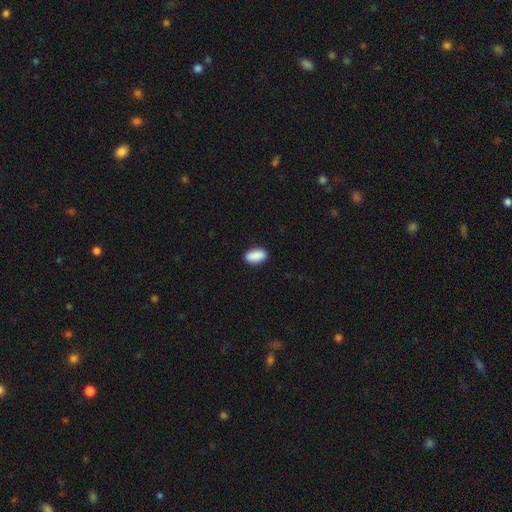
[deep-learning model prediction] This appears to be a smooth galaxy with no disk features (91%) that is in between round and cigar-shaped (93%). Merging: none (90%).